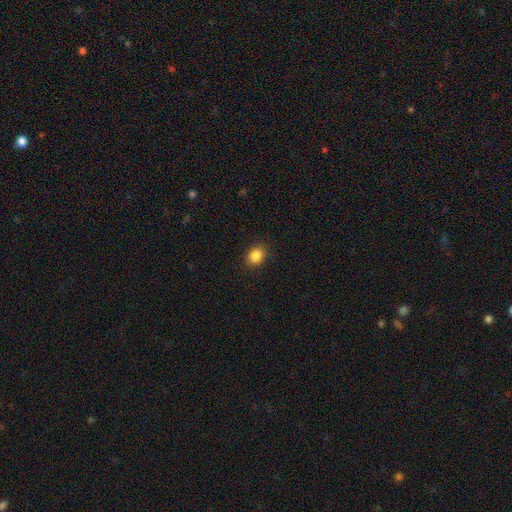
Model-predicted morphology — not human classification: Overall: smooth (86%). How rounded: round (53%; in between 46%). Merging: none (87%).